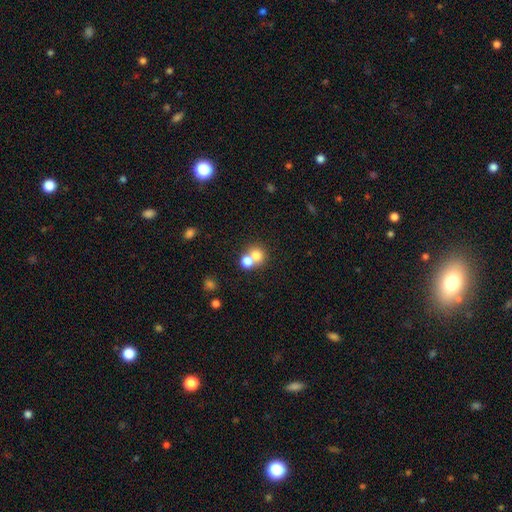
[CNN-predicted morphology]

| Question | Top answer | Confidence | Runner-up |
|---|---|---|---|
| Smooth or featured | smooth | 74% | featured or disk (14%) |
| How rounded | round | 80% | in between (19%) |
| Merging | merger | 54% | none (37%) |